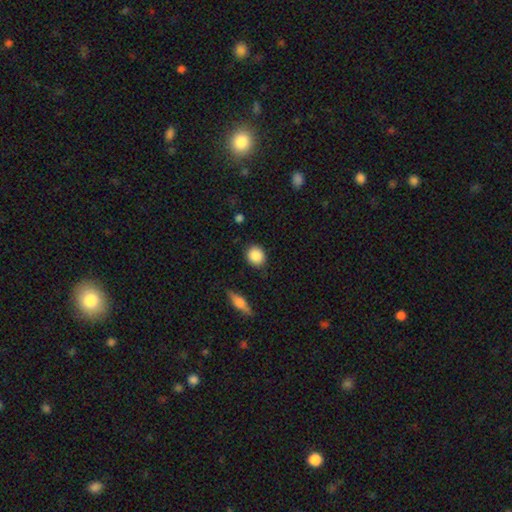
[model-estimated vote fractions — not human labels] Smooth or featured: smooth — 87% (star or artifact — 7%)
How rounded: round — 78% (in between — 21%)
Merging: none — 86% (minor disturbance — 10%)